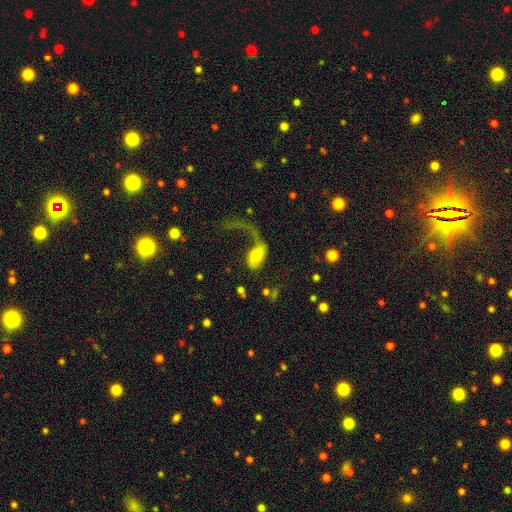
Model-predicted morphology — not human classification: Overall: smooth (46%; featured or disk 44%). Merging: major disturbance (62%).